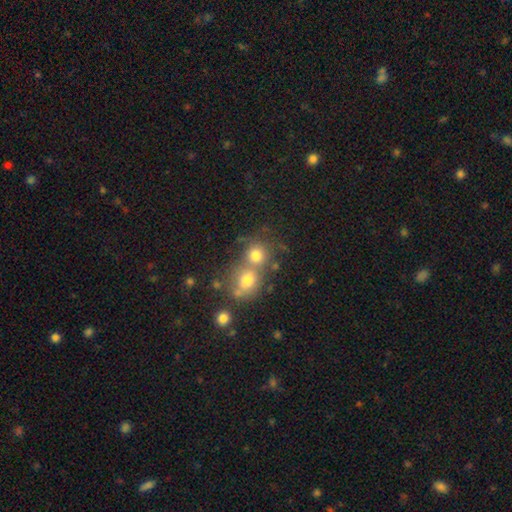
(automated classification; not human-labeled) This appears to be a smooth galaxy with no disk features (74%) that is round (79%). Merging: merger (51%).